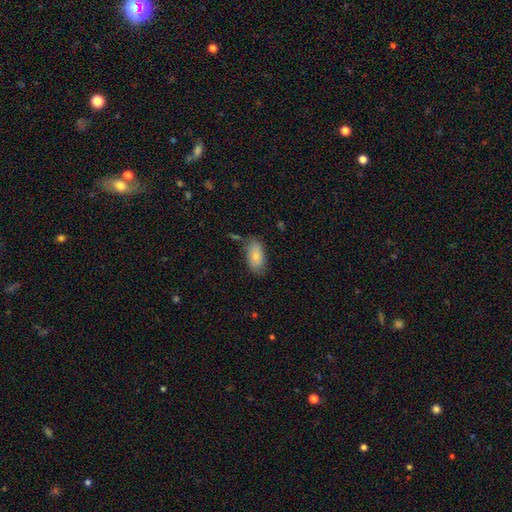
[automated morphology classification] Smooth or featured?
  - smooth: 78% *
  - featured or disk: 15%
  - star or artifact: 7%
How rounded?
  - in between: 94% *
  - round: 3%
  - cigar-shaped: 3%
Merging?
  - none: 71% *
  - minor disturbance: 20%
  - major disturbance: 5%
  - merger: 4%